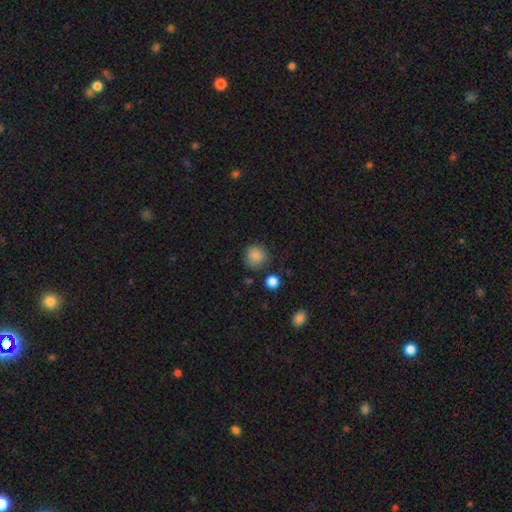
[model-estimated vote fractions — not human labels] A smooth galaxy with no disk features (85%) that is round (91%). Merging: none (81%).